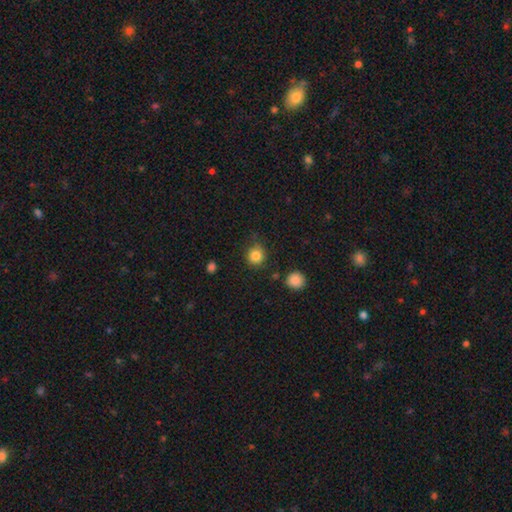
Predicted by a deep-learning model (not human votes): Morphology: type=smooth (84%); roundness=round (91%); merging=none (82%).